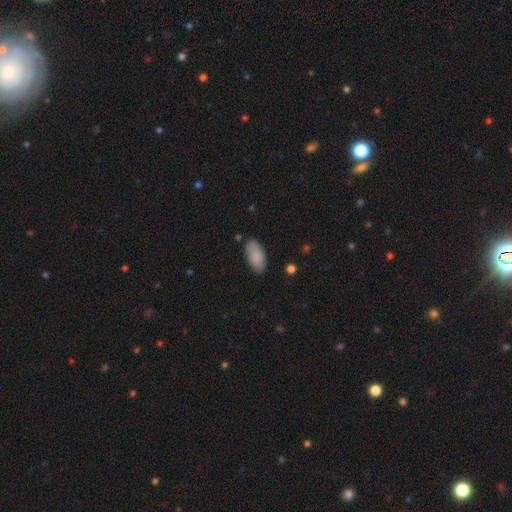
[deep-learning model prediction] Morphology: type=smooth (87%); roundness=in between (90%); merging=none (82%).